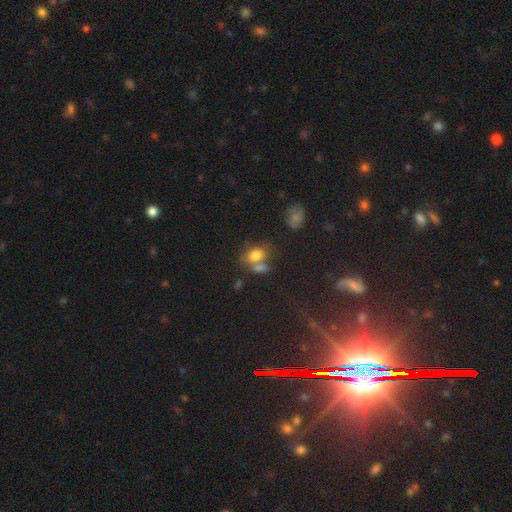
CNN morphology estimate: Smooth or featured: smooth — 76% (star or artifact — 13%)
How rounded: in between — 59% (round — 40%)
Merging: none — 41% (merger — 37%)